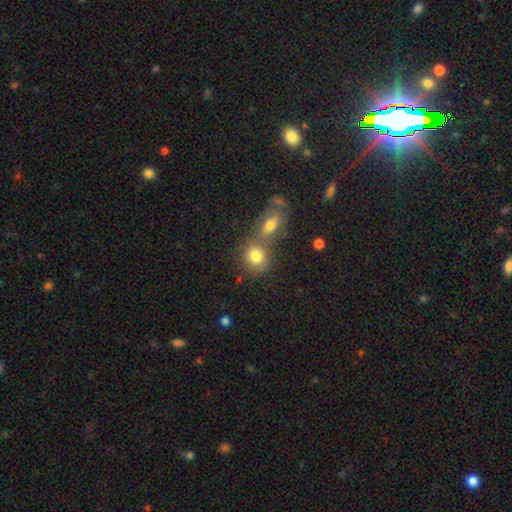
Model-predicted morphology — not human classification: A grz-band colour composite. It shows a smooth galaxy with no disk features (77%) that is round (62%). Merging: merger (46%).